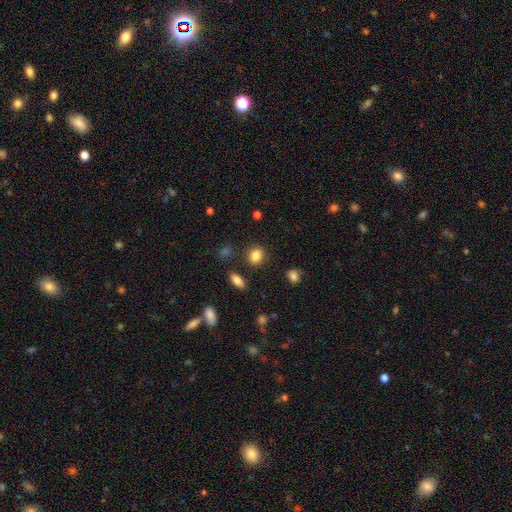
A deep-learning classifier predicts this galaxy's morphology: Smooth or featured?
  - smooth: 85% *
  - star or artifact: 10%
  - featured or disk: 5%
How rounded?
  - round: 64% *
  - in between: 35%
  - cigar-shaped: 1%
Merging?
  - none: 85% *
  - minor disturbance: 9%
  - merger: 3%
  - major disturbance: 3%